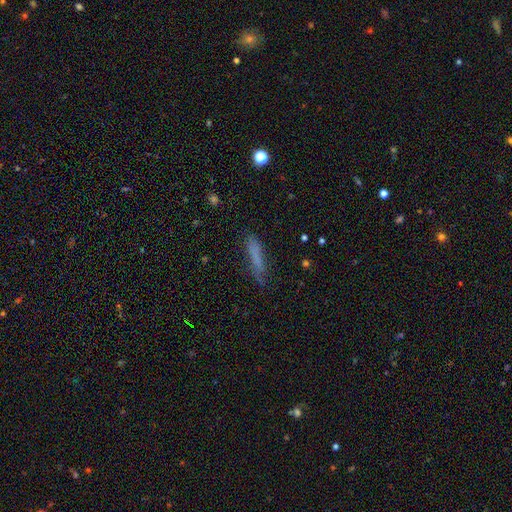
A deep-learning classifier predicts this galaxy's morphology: Smooth or featured: smooth — 71% (featured or disk — 19%)
How rounded: cigar-shaped — 85% (in between — 13%)
Merging: none — 68% (minor disturbance — 22%)